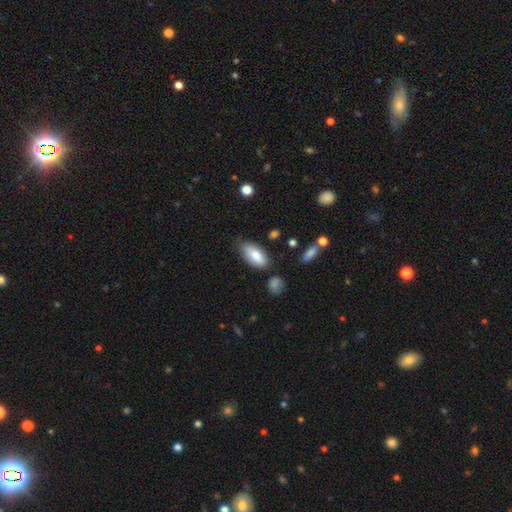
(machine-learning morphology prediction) Smooth or featured: smooth — 82% (featured or disk — 11%)
How rounded: in between — 88% (cigar-shaped — 10%)
Merging: none — 67% (minor disturbance — 25%)